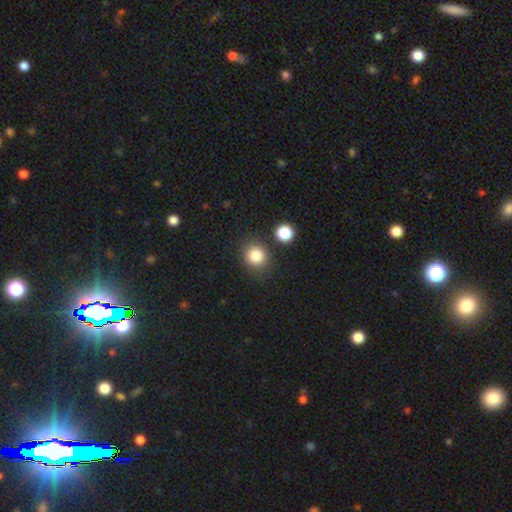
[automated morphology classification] Smooth or featured: smooth — 83% (star or artifact — 11%)
How rounded: round — 78% (in between — 21%)
Merging: none — 82% (minor disturbance — 9%)